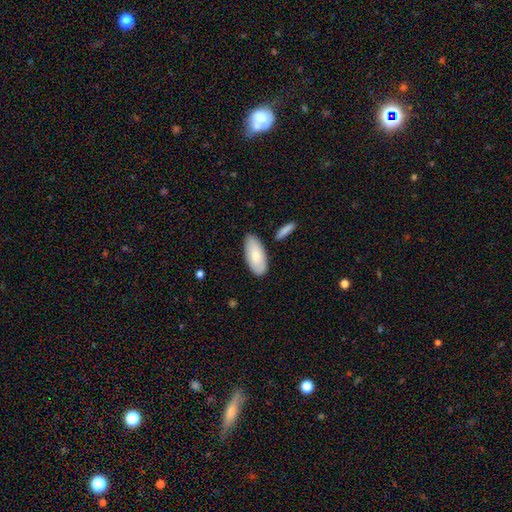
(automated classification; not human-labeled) A smooth galaxy with no disk features (81%) that is in between round and cigar-shaped (90%). Merging: none (81%).